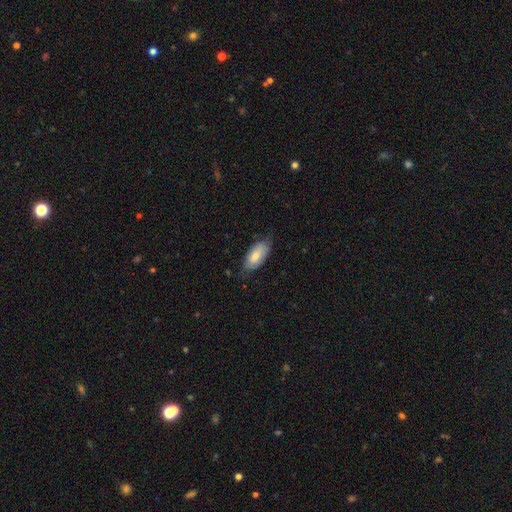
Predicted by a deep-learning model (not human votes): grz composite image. It shows a smooth galaxy with no disk features (76%) that is in between round and cigar-shaped (91%). Merging: none (67%).